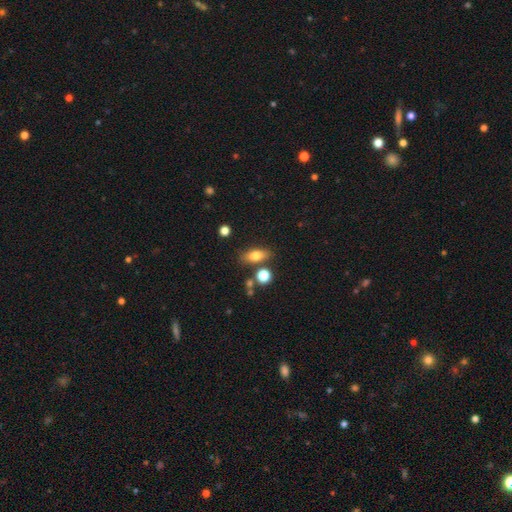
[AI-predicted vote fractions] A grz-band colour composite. It shows a smooth galaxy with no disk features (74%) that is in between round and cigar-shaped (74%). Merging: none (77%).